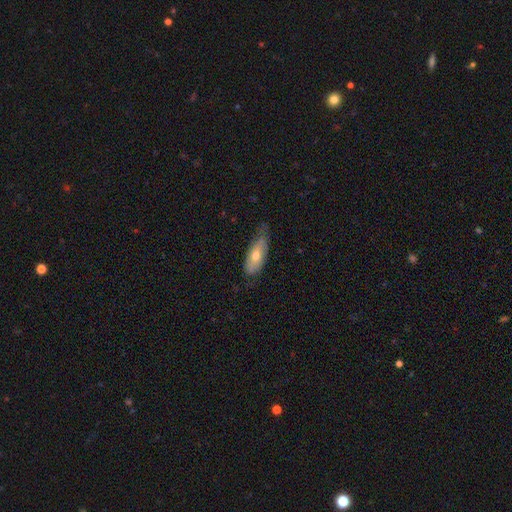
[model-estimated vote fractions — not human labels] smooth-or-featured: smooth: 60% | featured or disk: 34% | star or artifact: 6%
  how-rounded: in between: 71% | cigar-shaped: 27% | round: 2%
  merging: none: 57% | minor disturbance: 34% | major disturbance: 8% | merger: 1%